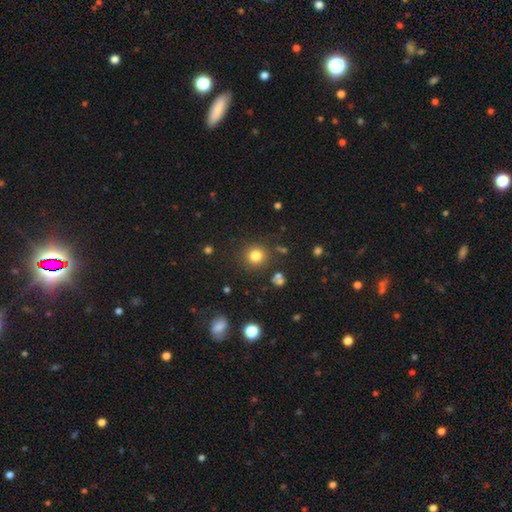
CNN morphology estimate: type=smooth (80%); roundness=round (92%); merging=none (87%).